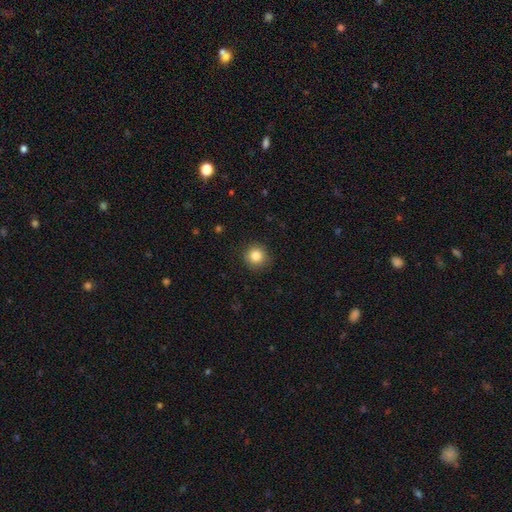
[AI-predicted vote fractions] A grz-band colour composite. It shows a smooth galaxy with no disk features (84%) that is round (94%). Merging: none (91%).